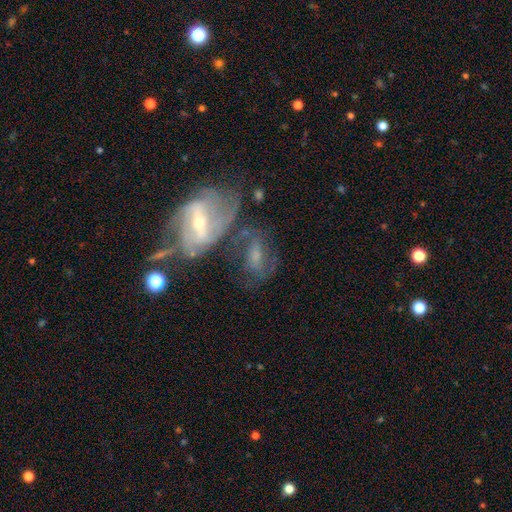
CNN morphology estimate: Smooth or featured?
  - featured or disk: 66% *
  - smooth: 22%
  - star or artifact: 12%
Edge-on disk?
  - no: 91% *
  - yes: 9%
Bar?
  - strong: 43% *
  - weak: 37%
  - no: 20%
Spiral arms?
  - yes: 75% *
  - no: 25%
Bulge size?
  - small: 56% *
  - moderate: 33%
  - none: 6%
  - large: 4%
  - dominant: 1%
Merging?
  - none: 36% *
  - merger: 24%
  - major disturbance: 22%
  - minor disturbance: 18%